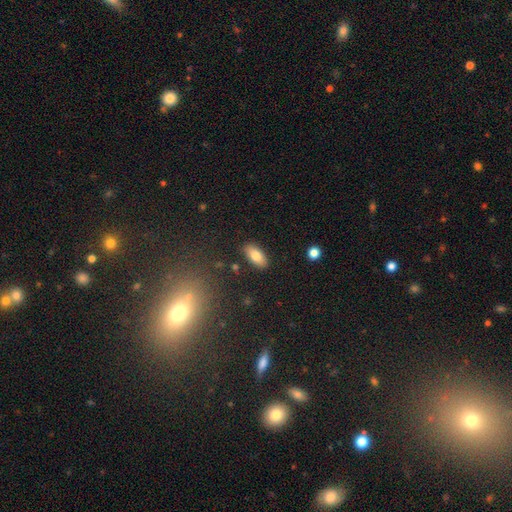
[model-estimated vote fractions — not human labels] Smooth or featured?
  - smooth: 81% *
  - featured or disk: 12%
  - star or artifact: 7%
How rounded?
  - in between: 88% *
  - cigar-shaped: 9%
  - round: 2%
Merging?
  - none: 87% *
  - minor disturbance: 9%
  - major disturbance: 2%
  - merger: 2%